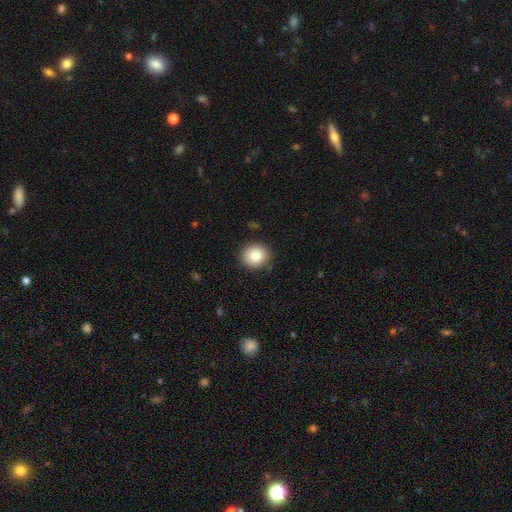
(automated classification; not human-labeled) Morphology: type=smooth (83%); roundness=round (80%); merging=none (87%).